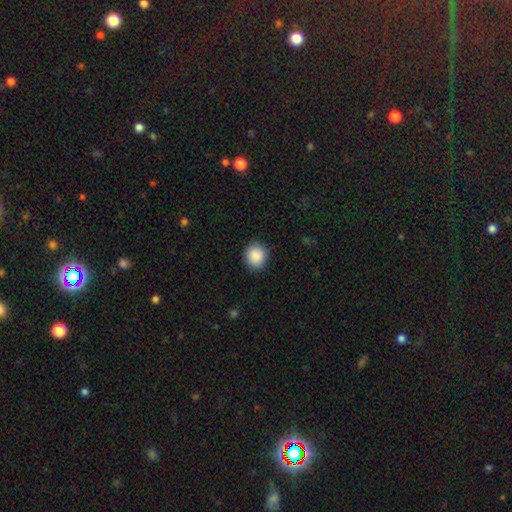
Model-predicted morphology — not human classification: smooth-or-featured: smooth: 90% | star or artifact: 8% | featured or disk: 3%
  how-rounded: round: 84% | in between: 15% | cigar-shaped: 1%
  merging: none: 90% | minor disturbance: 7% | major disturbance: 2% | merger: 1%